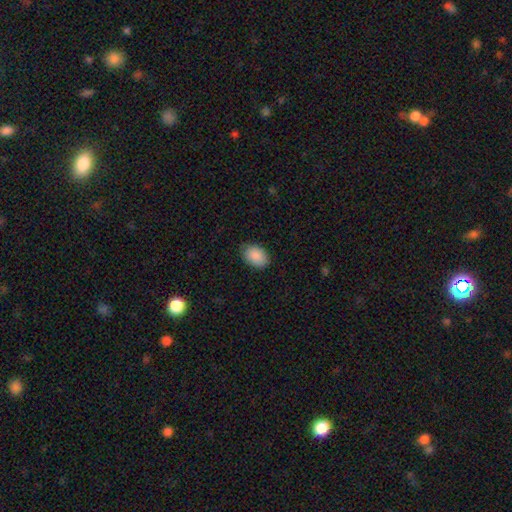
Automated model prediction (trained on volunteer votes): smooth-or-featured: smooth: 88% | star or artifact: 7% | featured or disk: 5%
  how-rounded: in between: 81% | round: 18% | cigar-shaped: 1%
  merging: none: 80% | minor disturbance: 16% | major disturbance: 3% | merger: 1%